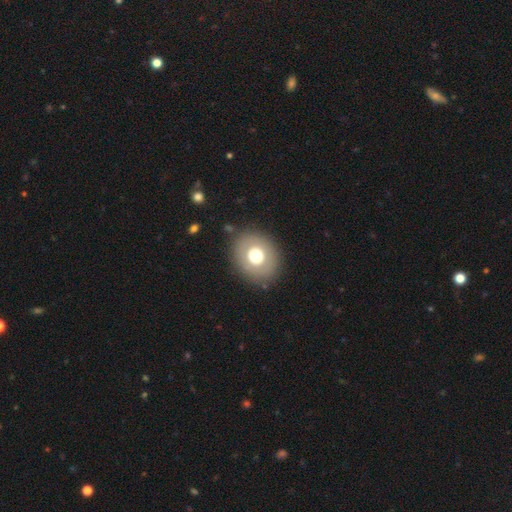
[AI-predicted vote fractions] This is likely a smooth galaxy (64%). How rounded: likely round (64%). Merging: clearly none (86%).